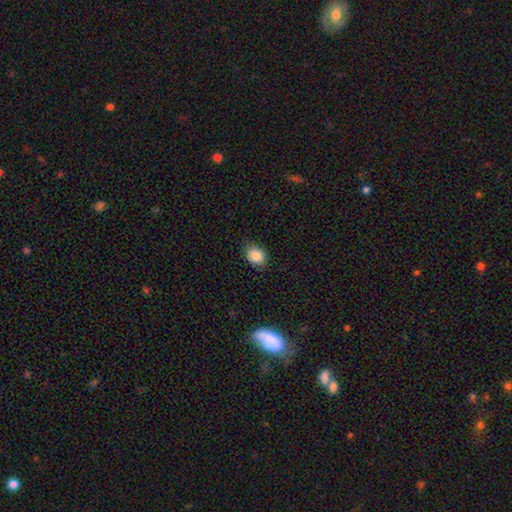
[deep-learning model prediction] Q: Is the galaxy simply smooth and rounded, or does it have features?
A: smooth — 85%.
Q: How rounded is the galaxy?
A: in between — 52%.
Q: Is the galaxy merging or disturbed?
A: none — 83%.